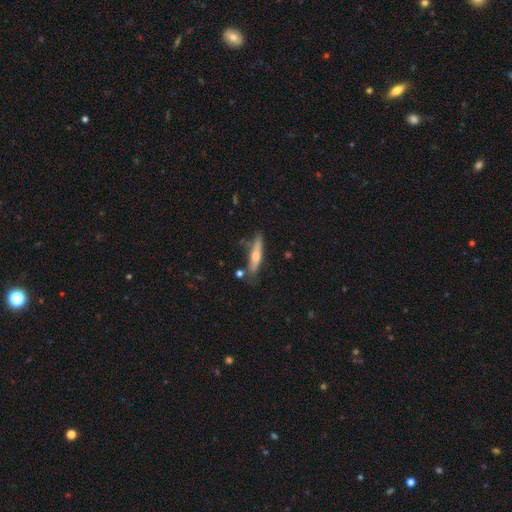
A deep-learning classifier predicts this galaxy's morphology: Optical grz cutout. It shows a smooth galaxy with no disk features (48%). Merging: none (71%).